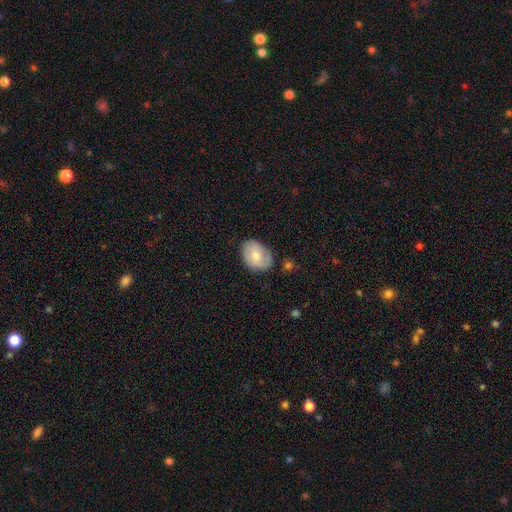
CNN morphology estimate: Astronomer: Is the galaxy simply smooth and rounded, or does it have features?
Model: smooth — 69%.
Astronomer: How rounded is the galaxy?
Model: in between — 75%.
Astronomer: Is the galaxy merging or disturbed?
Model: none — 71%.